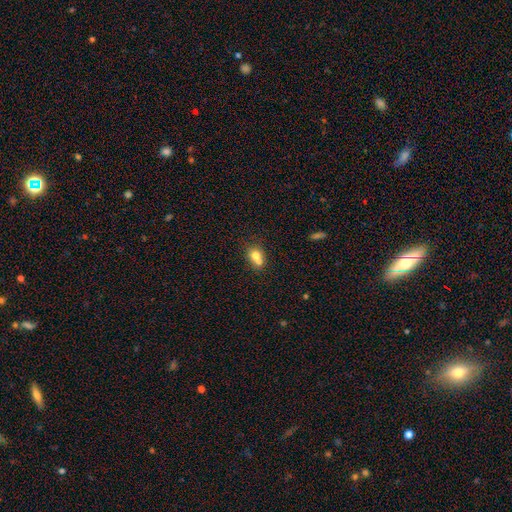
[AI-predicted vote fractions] Smooth or featured?
  - smooth: 72% *
  - featured or disk: 17%
  - star or artifact: 11%
How rounded?
  - round: 63% *
  - in between: 36%
  - cigar-shaped: 1%
Merging?
  - merger: 58% *
  - none: 33%
  - minor disturbance: 7%
  - major disturbance: 3%